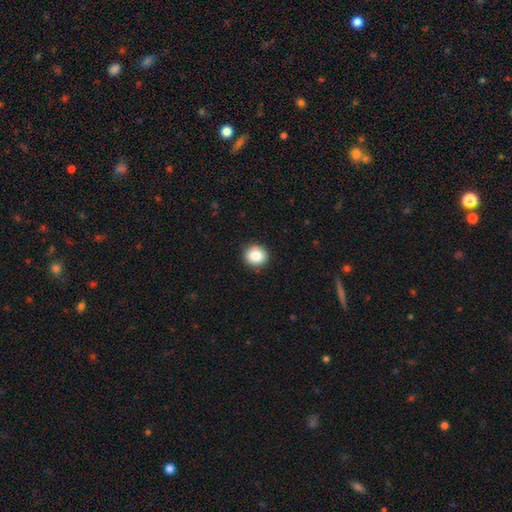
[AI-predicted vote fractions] This is clearly a smooth galaxy (85%). How rounded: clearly round (88%). Merging: clearly none (90%).